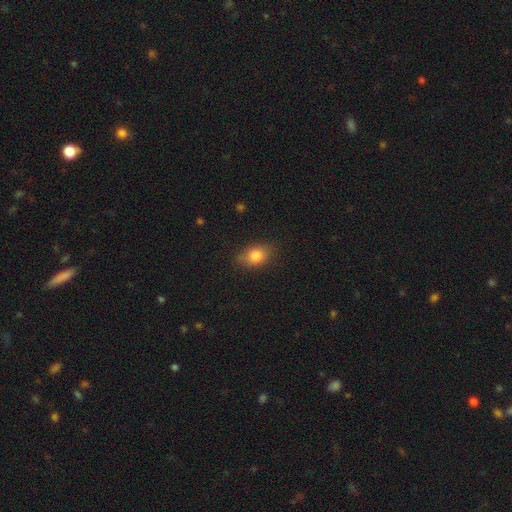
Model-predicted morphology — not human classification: Q: Smooth or featured?
A: smooth (82%); runner-up: star or artifact (9%)
Q: How rounded?
A: in between (72%); runner-up: round (26%)
Q: Merging?
A: none (78%); runner-up: minor disturbance (17%)